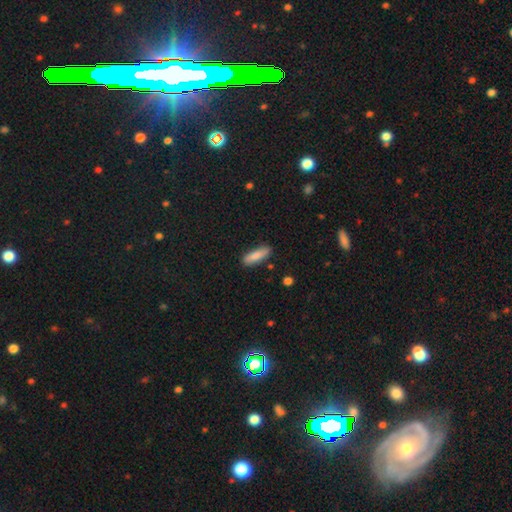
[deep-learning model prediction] This appears to be a smooth galaxy with no disk features (83%) that is cigar-shaped (52%). Merging: none (85%).